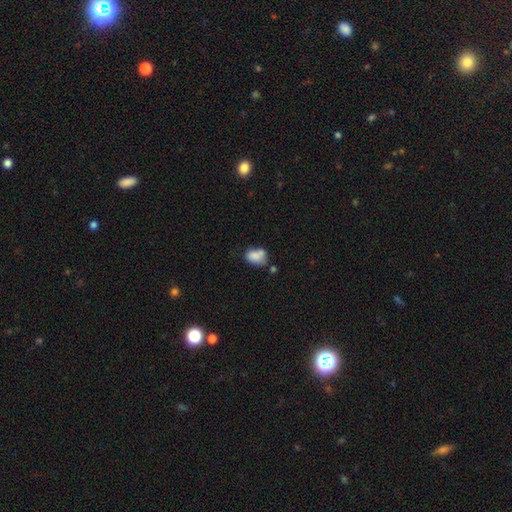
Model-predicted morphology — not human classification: This is likely a smooth galaxy (78%). How rounded: likely in between (76%). Merging: marginally none (37%).